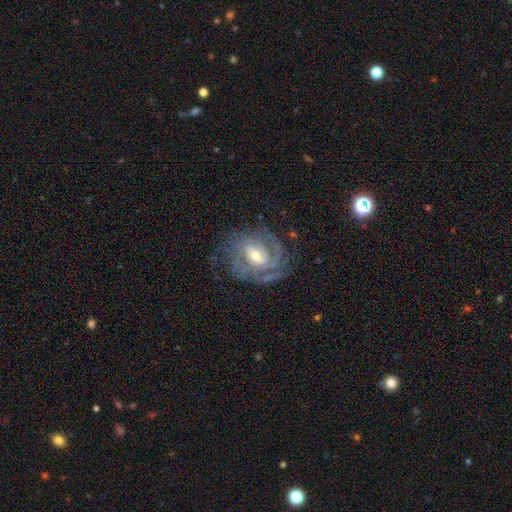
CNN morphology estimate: This appears to be a featured or disk galaxy (87%) with a weak bar (46%), 3 (28%, tied with 2) tight (64%) spiral arms (96%) and a moderate central bulge (57%). Merging: none (71%).